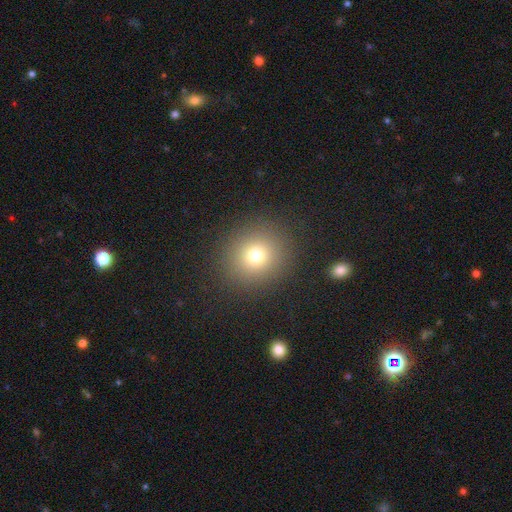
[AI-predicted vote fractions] A smooth galaxy with no disk features (75%) that is round (88%). Merging: none (89%).